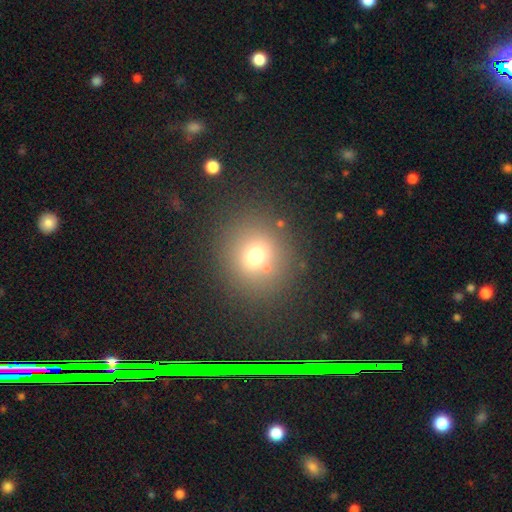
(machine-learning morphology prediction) type=smooth (68%); roundness=round (84%); merging=none (80%).